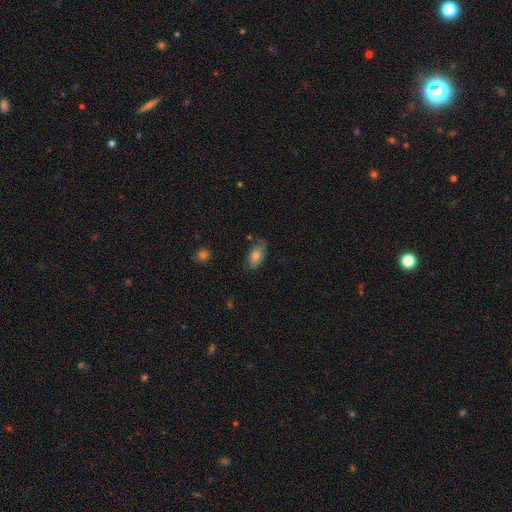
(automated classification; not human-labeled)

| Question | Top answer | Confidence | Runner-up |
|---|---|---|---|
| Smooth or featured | smooth | 75% | featured or disk (18%) |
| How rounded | in between | 91% | cigar-shaped (5%) |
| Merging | none | 66% | minor disturbance (26%) |